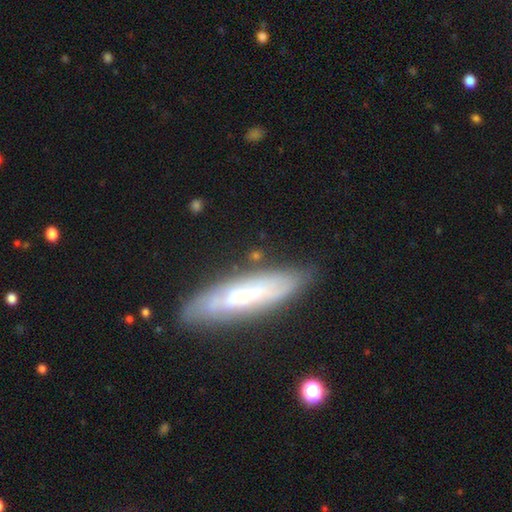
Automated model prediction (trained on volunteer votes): A featured or disk galaxy (47%).

Vote fractions:
- Smooth or featured? featured or disk: 47% / smooth: 43% / star or artifact: 10%
- Merging? none: 75% / minor disturbance: 16% / major disturbance: 6% / merger: 3%